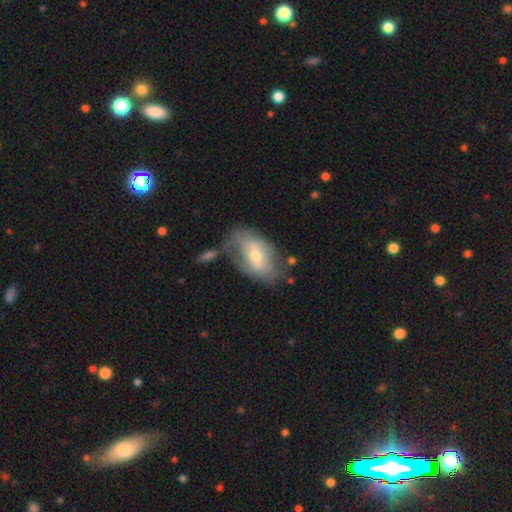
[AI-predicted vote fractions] Q: Smooth or featured?
A: featured or disk (49%); runner-up: smooth (44%)
Q: Merging?
A: none (49%); runner-up: minor disturbance (27%)